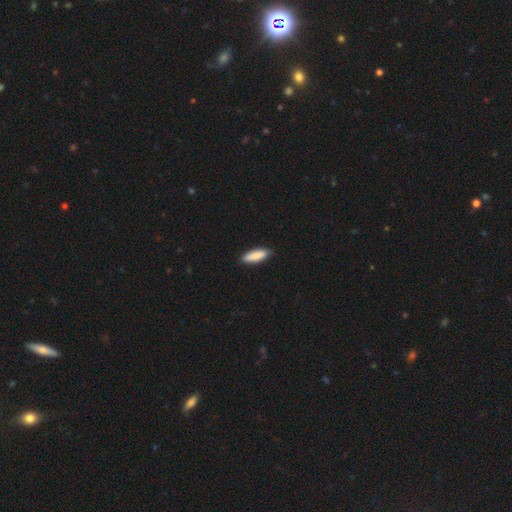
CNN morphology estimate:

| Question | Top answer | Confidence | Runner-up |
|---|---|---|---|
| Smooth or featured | smooth | 88% | featured or disk (7%) |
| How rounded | in between | 50% | cigar-shaped (48%) |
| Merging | none | 87% | minor disturbance (11%) |